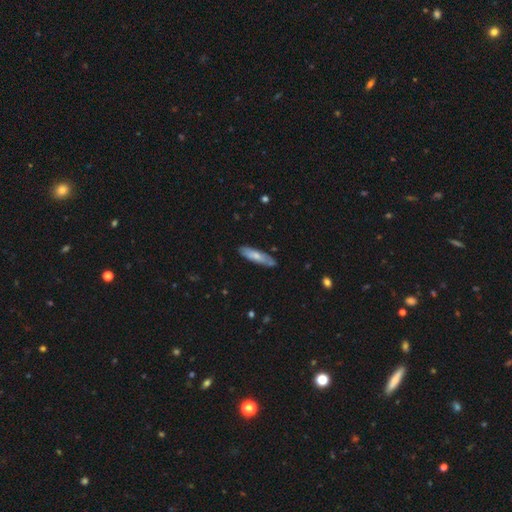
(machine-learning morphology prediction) Smooth or featured? Predicted: smooth (p=0.66). How rounded? Predicted: cigar-shaped (p=0.72). Merging? Predicted: none (p=0.84).